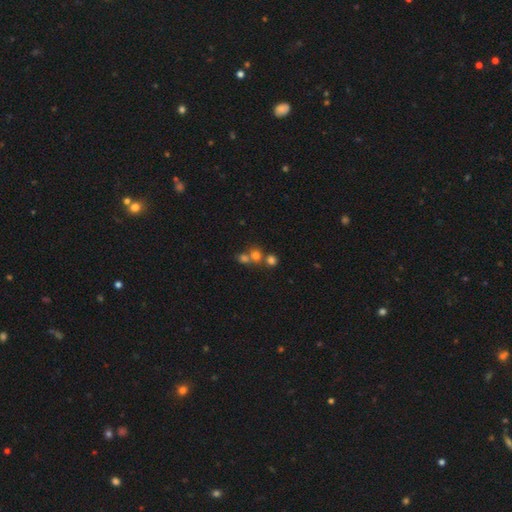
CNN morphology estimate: The model was most divided on "merging" (2-way tie): merger: 45%, none: 45%, minor disturbance: 6%, major disturbance: 3%. More confident: how rounded — round (83%); smooth or featured — smooth (68%).